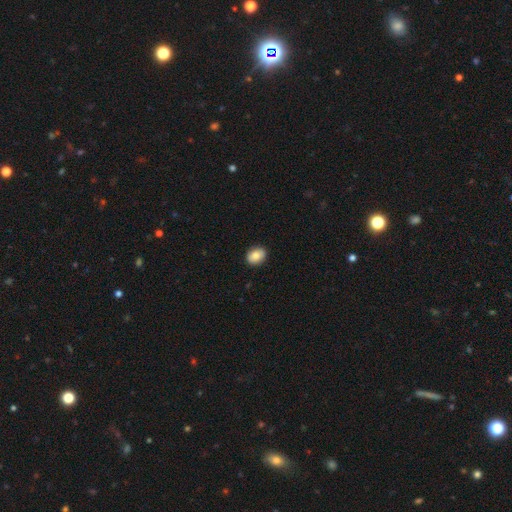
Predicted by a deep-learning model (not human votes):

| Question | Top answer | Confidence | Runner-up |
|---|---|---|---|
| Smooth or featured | smooth | 82% | featured or disk (10%) |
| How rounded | in between | 65% | round (34%) |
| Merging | none | 89% | minor disturbance (8%) |